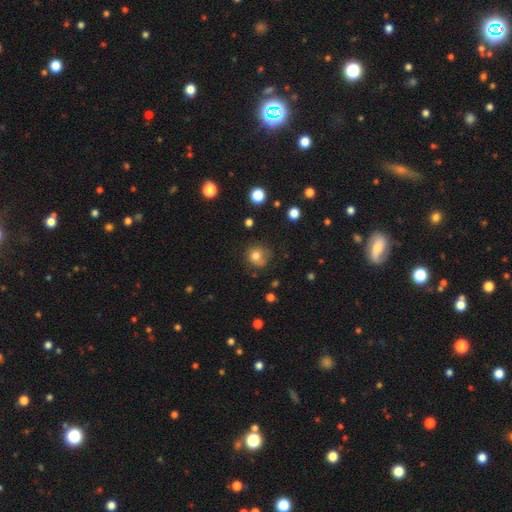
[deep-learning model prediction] smooth-or-featured: smooth: 76% | star or artifact: 12% | featured or disk: 12%
  how-rounded: round: 82% | in between: 17% | cigar-shaped: 1%
  merging: none: 60% | minor disturbance: 24% | major disturbance: 12% | merger: 4%